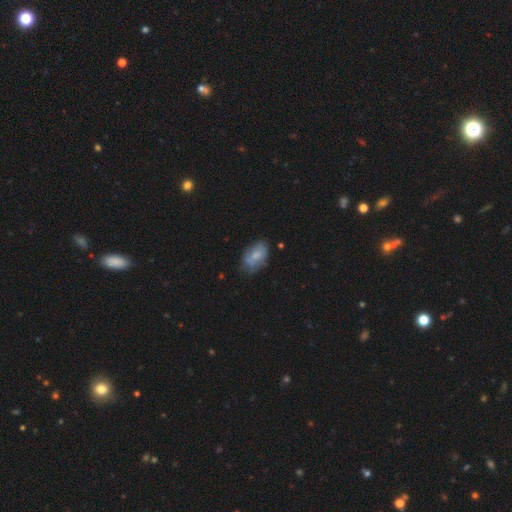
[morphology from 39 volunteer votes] This is possibly a smooth galaxy (59%). How rounded: clearly in between (87%). Merging: likely none (66%).